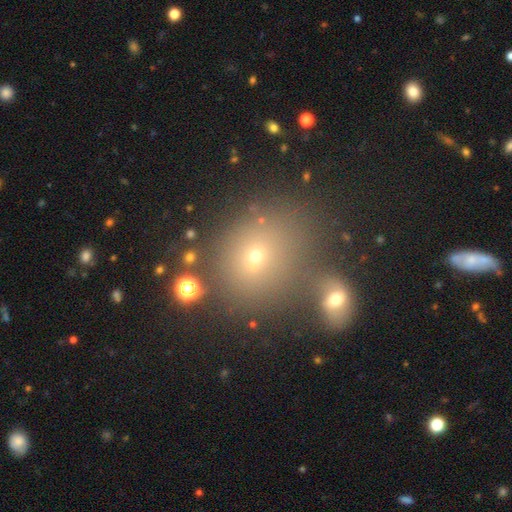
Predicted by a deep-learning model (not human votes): A smooth galaxy with no disk features (62%) that is round (75%).

Vote fractions:
- Smooth or featured? smooth: 62% / star or artifact: 23% / featured or disk: 15%
- How rounded? round: 75% / in between: 24% / cigar-shaped: 1%
- Merging? none: 44% / merger: 43% / minor disturbance: 8% / major disturbance: 5%